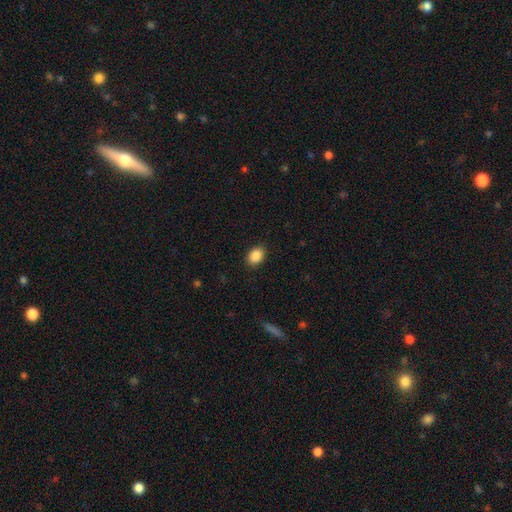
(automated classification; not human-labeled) Morphology: type=smooth (88%); roundness=in between (72%); merging=none (89%).